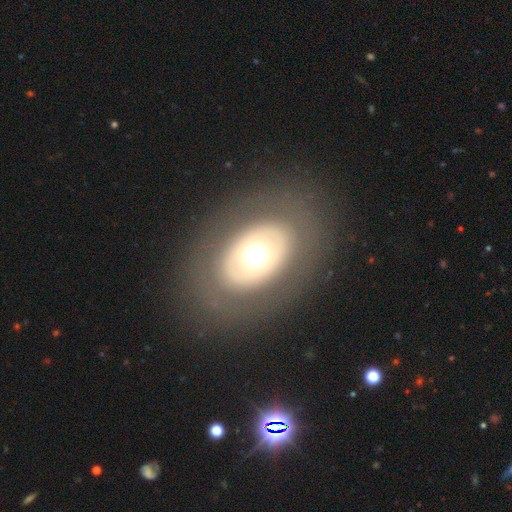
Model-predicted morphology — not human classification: smooth-or-featured: smooth: 47% | featured or disk: 43% | star or artifact: 10%
  merging: none: 82% | minor disturbance: 9% | major disturbance: 8% | merger: 1%